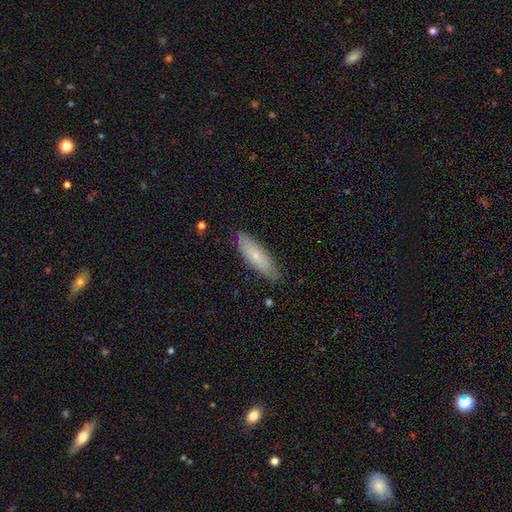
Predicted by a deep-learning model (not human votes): Smooth or featured? smooth (72%)
How rounded? cigar-shaped (56%)
Merging? none (84%)